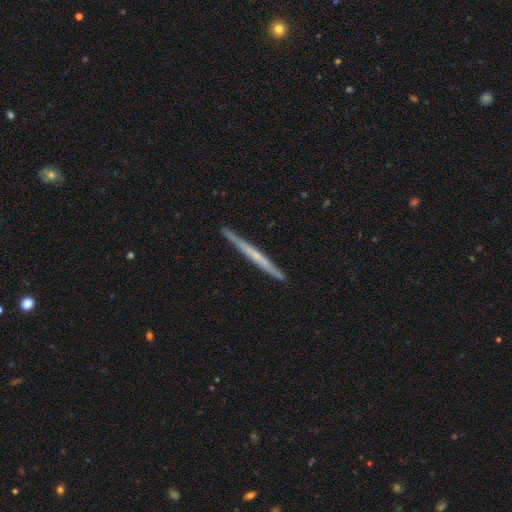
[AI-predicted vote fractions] featured or disk 62%, smooth 32%, star or artifact 6%. Down the decision tree: edge-on disk — yes (97%); edge-on bulge — none (68%); merging — none (90%).